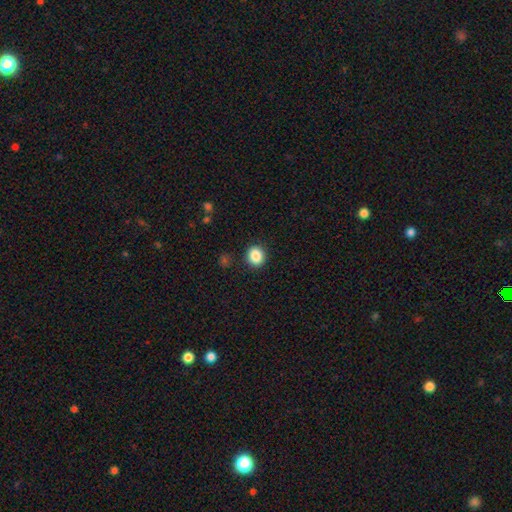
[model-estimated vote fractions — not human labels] Q: Smooth or featured?
A: smooth (87%); runner-up: star or artifact (9%)
Q: How rounded?
A: round (70%); runner-up: in between (29%)
Q: Merging?
A: none (89%); runner-up: minor disturbance (7%)